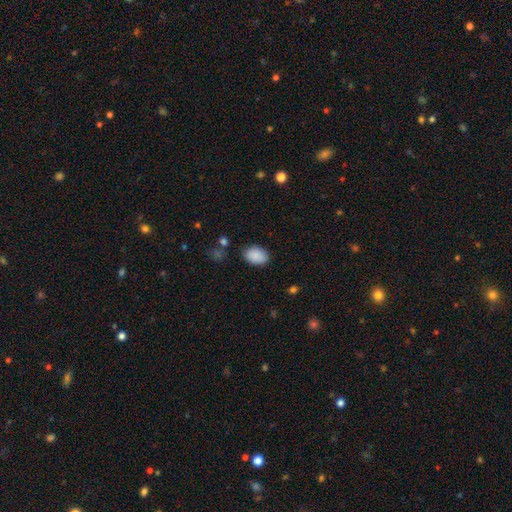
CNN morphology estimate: smooth_or_featured: smooth (p=0.89) [alt: star or artifact p=0.07]
how_rounded: in between (p=0.83) [alt: round p=0.16]
merging: none (p=0.83) [alt: minor disturbance p=0.12]